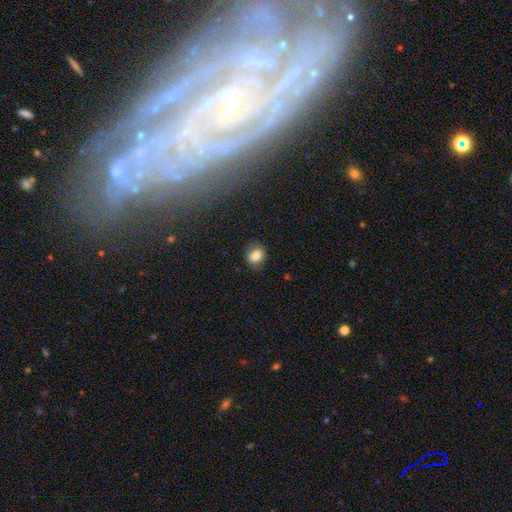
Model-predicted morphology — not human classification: A smooth galaxy with no disk features (83%) that is round (57%).

Vote fractions:
- Smooth or featured? smooth: 83% / star or artifact: 10% / featured or disk: 8%
- How rounded? round: 57% / in between: 42% / cigar-shaped: 1%
- Merging? none: 83% / minor disturbance: 13% / major disturbance: 3% / merger: 1%